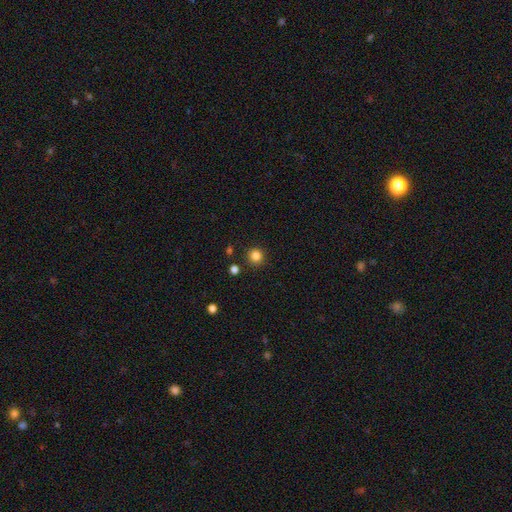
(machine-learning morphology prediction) A smooth galaxy with no disk features (83%) that is round (95%). Merging: none (90%).